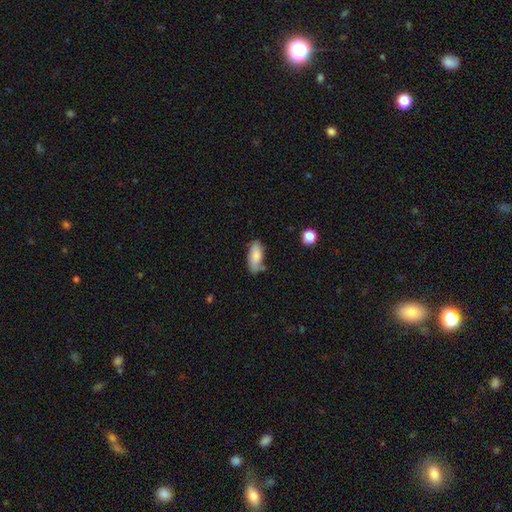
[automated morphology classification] Overall: smooth (80%). How rounded: in between (86%). Merging: none (61%; minor disturbance 28%).